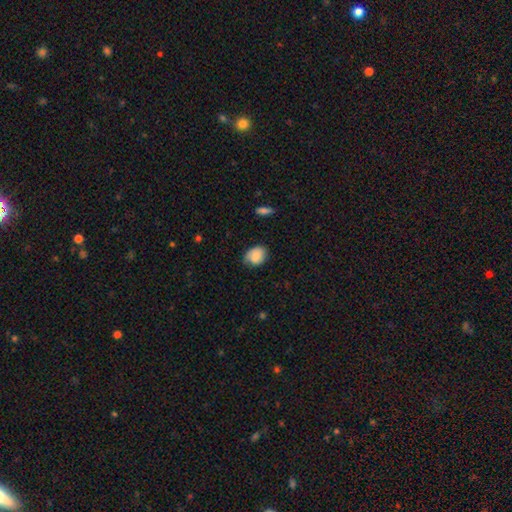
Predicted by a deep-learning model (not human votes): Q: Smooth or featured?
A: smooth (79%); runner-up: featured or disk (13%)
Q: How rounded?
A: in between (57%); runner-up: round (42%)
Q: Merging?
A: none (62%); runner-up: minor disturbance (30%)